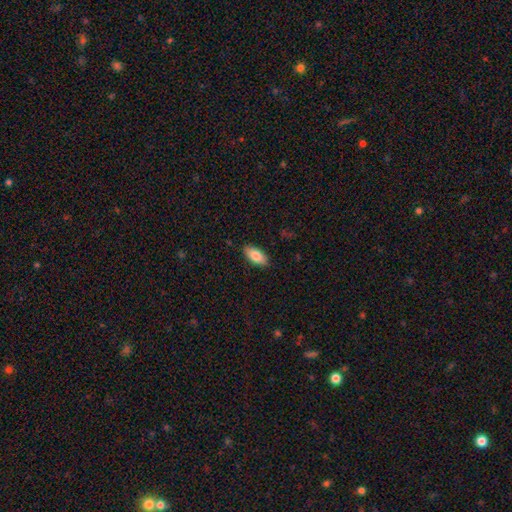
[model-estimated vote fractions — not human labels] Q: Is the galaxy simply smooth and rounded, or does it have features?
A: smooth — 83%.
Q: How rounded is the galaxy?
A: in between — 89%.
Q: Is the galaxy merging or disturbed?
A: none — 88%.